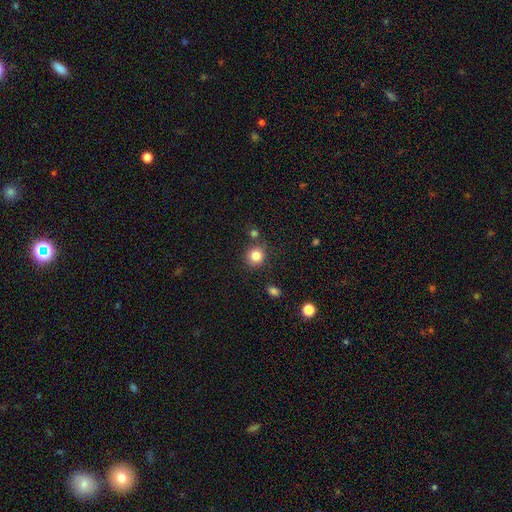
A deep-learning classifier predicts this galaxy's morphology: smooth_or_featured: smooth (p=0.84) [alt: star or artifact p=0.11]
how_rounded: round (p=0.90) [alt: in between p=0.09]
merging: none (p=0.79) [alt: minor disturbance p=0.10]